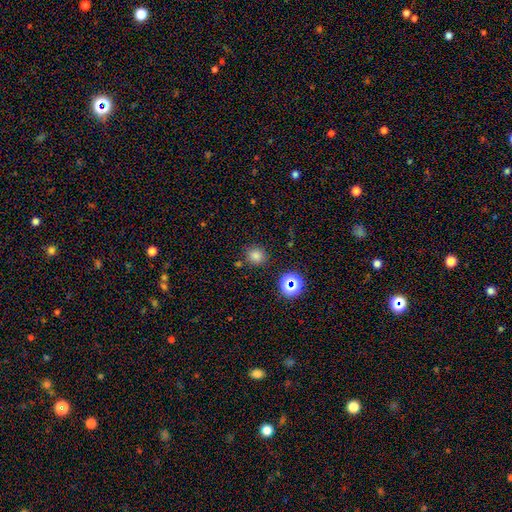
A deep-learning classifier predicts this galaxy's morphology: smooth 75%, star or artifact 19%, featured or disk 6%. Down the decision tree: how rounded — round (81%); merging — none (82%).